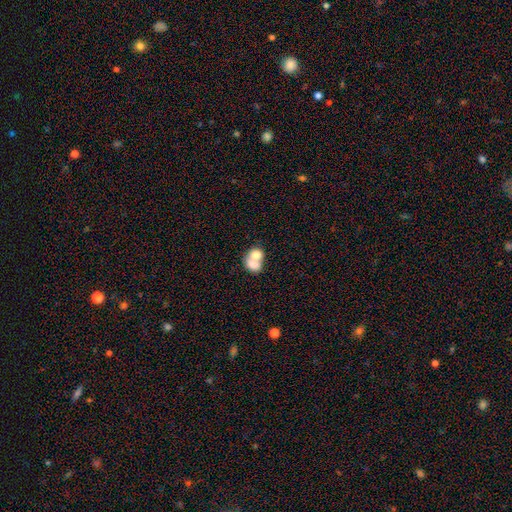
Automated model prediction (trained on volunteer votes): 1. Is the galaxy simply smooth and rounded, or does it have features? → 70% smooth, 22% featured or disk, 8% star or artifact.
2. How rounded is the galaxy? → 54% in between, 45% round, 1% cigar-shaped.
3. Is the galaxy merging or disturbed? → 70% merger, 19% none, 6% minor disturbance, 5% major disturbance.